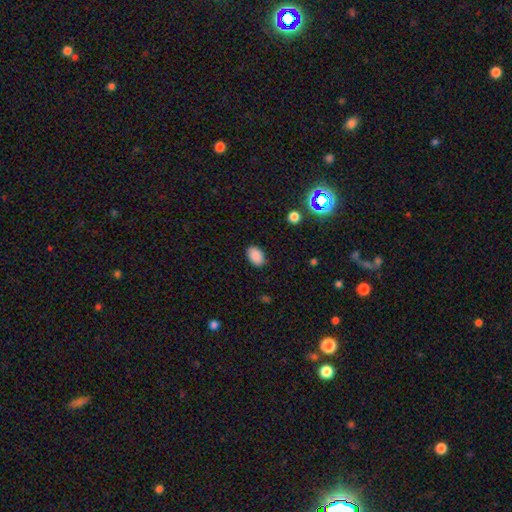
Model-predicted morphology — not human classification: Smooth or featured? smooth (88%)
How rounded? in between (86%)
Merging? none (86%)